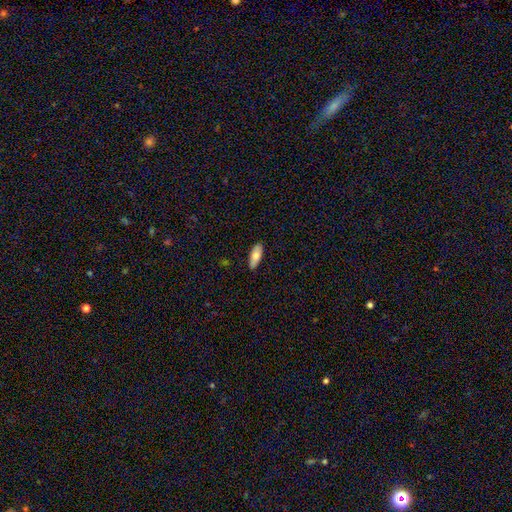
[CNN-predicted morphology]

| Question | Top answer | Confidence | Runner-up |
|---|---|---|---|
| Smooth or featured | smooth | 73% | featured or disk (22%) |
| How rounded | in between | 73% | cigar-shaped (25%) |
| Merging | none | 88% | minor disturbance (9%) |